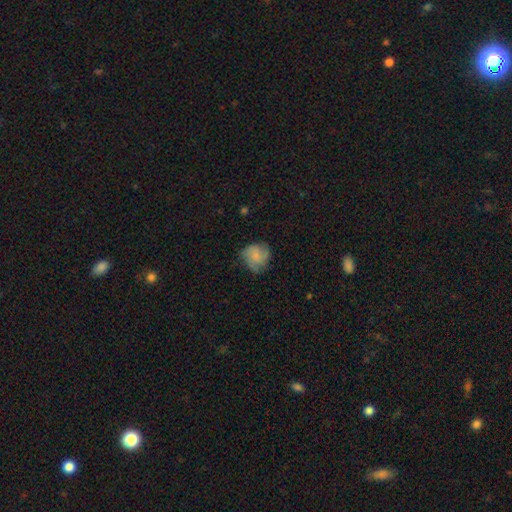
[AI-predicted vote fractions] Smooth or featured: smooth — 66% (featured or disk — 26%)
How rounded: round — 79% (in between — 20%)
Merging: none — 63% (minor disturbance — 26%)